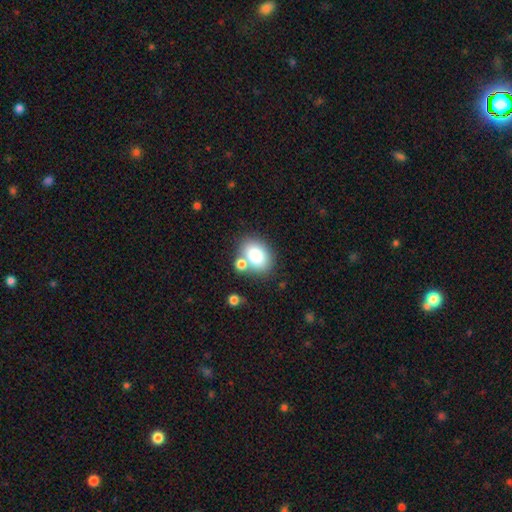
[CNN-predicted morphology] This appears to be a smooth galaxy with no disk features (80%) that is in between round and cigar-shaped (64%). Merging: none (62%).